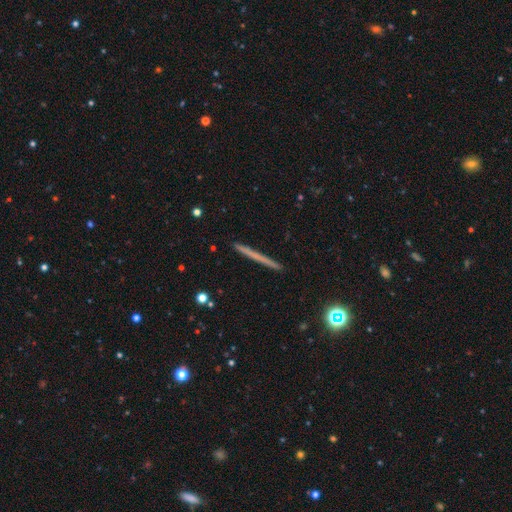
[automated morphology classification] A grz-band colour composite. It shows a smooth galaxy with no disk features (49%). Merging: none (92%).